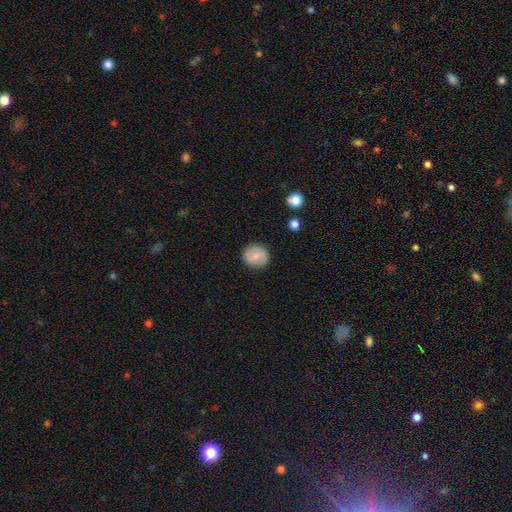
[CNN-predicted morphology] This appears to be a smooth galaxy with no disk features (73%) that is round (82%). Merging: none (87%).